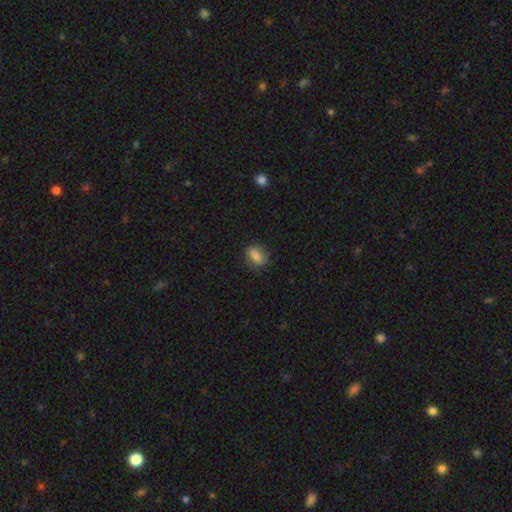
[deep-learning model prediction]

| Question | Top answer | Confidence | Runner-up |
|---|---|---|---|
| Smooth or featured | smooth | 82% | featured or disk (9%) |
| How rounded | in between | 77% | round (18%) |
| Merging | none | 79% | minor disturbance (16%) |